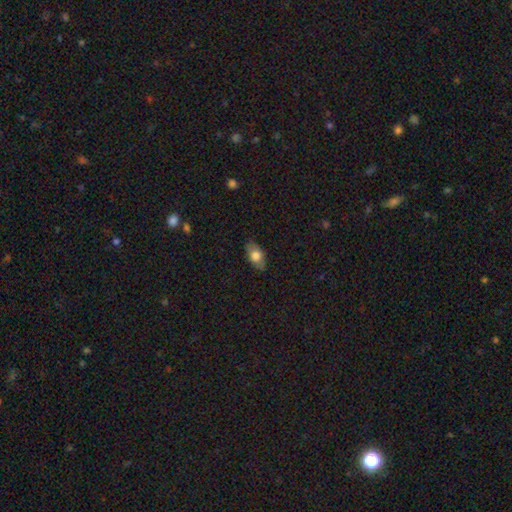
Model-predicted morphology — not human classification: Smooth or featured?
  - smooth: 73% *
  - featured or disk: 20%
  - star or artifact: 7%
How rounded?
  - in between: 89% *
  - round: 7%
  - cigar-shaped: 4%
Merging?
  - none: 83% *
  - minor disturbance: 14%
  - major disturbance: 2%
  - merger: 1%